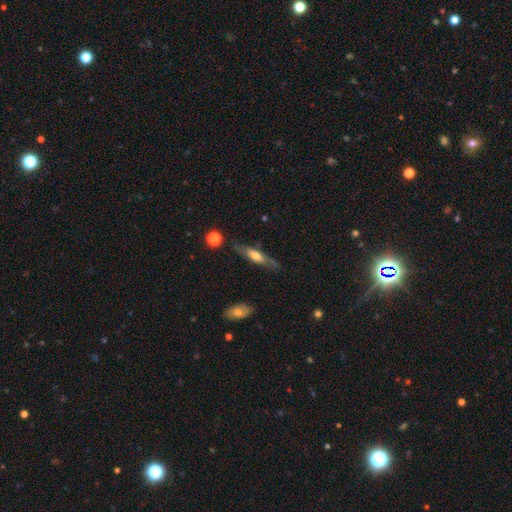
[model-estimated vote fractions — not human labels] This appears to be a featured or disk galaxy (53%) viewed edge-on (76%). Merging: none (78%).